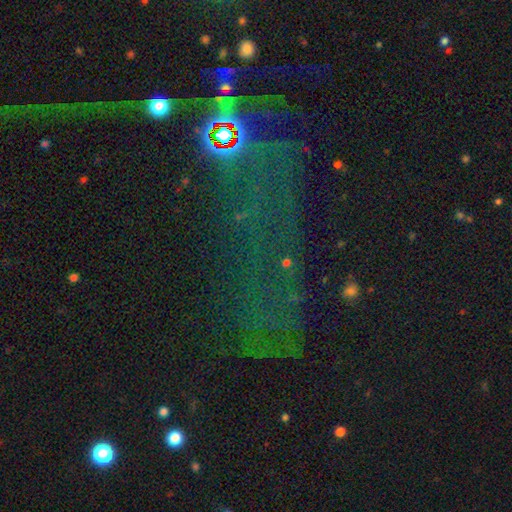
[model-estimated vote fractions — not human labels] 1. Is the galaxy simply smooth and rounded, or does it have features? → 66% star or artifact, 18% smooth, 17% featured or disk.